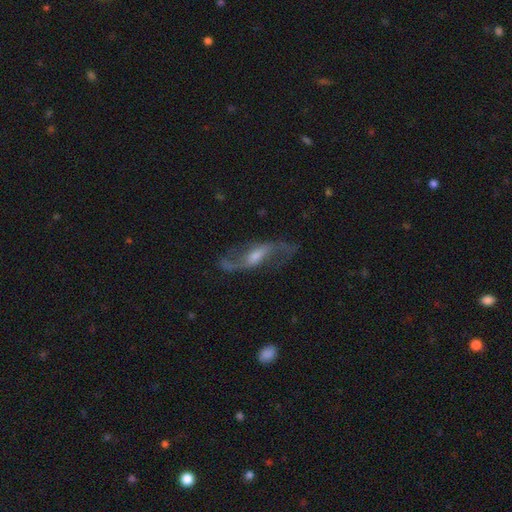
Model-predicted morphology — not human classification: This is clearly a featured or disk galaxy (84%). It is clearly not viewed edge-on (91%). Bar: possibly weak (47%). Spiral arm pattern: clearly yes (93%). Spiral arm count: clearly 2 (92%). Spiral winding: likely loose (77%). Central bulge: marginally moderate (42%). Merging: likely none (70%).